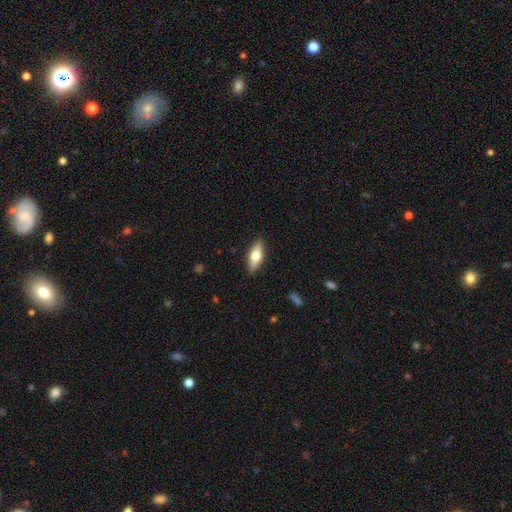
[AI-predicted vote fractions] The model was most divided on "smooth or featured": smooth: 64%, featured or disk: 30%, star or artifact: 6%. More confident: merging — none (88%); how rounded — in between (66%).